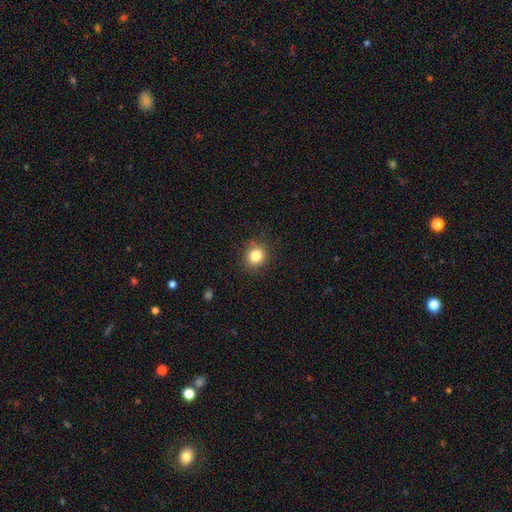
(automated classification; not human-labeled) Smooth or featured? Predicted: smooth (p=0.83). How rounded? Predicted: round (p=0.82). Merging? Predicted: none (p=0.88).